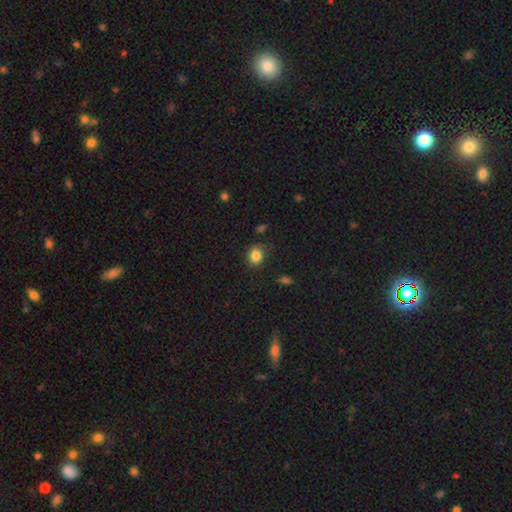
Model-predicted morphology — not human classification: Overall: smooth (85%). How rounded: round (60%; in between 39%). Merging: none (79%).